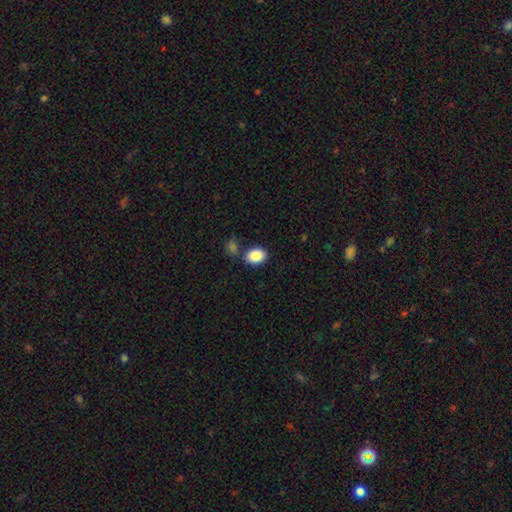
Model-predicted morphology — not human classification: The model was most divided on "how rounded": in between: 75%, round: 24%, cigar-shaped: 1%. More confident: smooth or featured — smooth (88%); merging — none (73%).